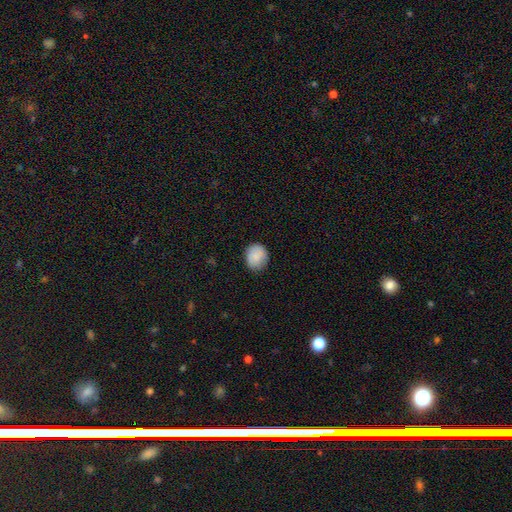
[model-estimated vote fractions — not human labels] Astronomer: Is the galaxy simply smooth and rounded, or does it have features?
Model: smooth — 85%.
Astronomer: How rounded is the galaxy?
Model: round — 67%.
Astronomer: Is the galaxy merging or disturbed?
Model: none — 80%.